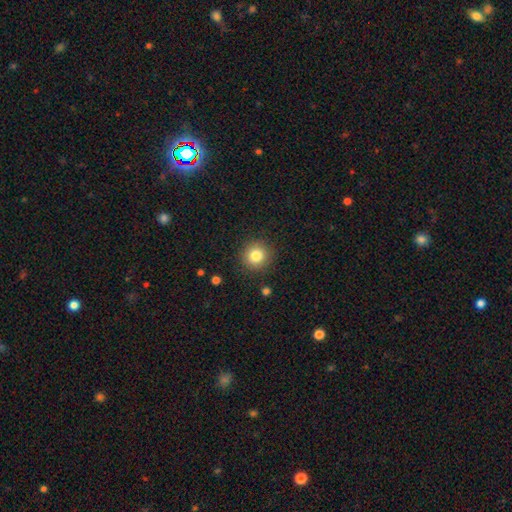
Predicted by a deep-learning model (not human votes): A smooth galaxy with no disk features (82%) that is round (94%).

Vote fractions:
- Smooth or featured? smooth: 82% / star or artifact: 11% / featured or disk: 7%
- How rounded? round: 94% / in between: 5% / cigar-shaped: 1%
- Merging? none: 90% / minor disturbance: 7% / major disturbance: 2% / merger: 1%